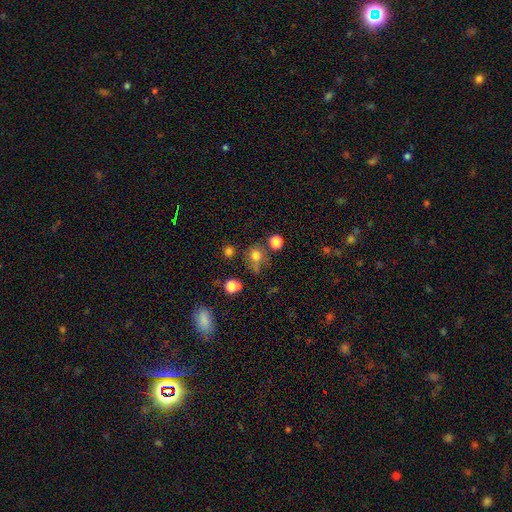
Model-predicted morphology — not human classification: Smooth or featured: smooth — 74% (star or artifact — 16%)
How rounded: round — 75% (in between — 24%)
Merging: none — 55% (minor disturbance — 20%)